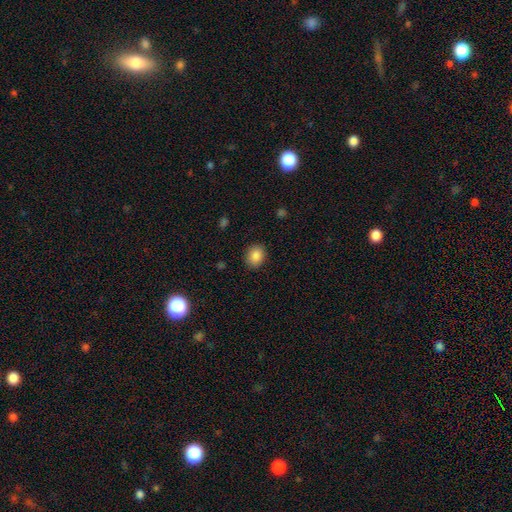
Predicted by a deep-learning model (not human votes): Morphology: type=smooth (87%); roundness=round (58%); merging=none (87%).